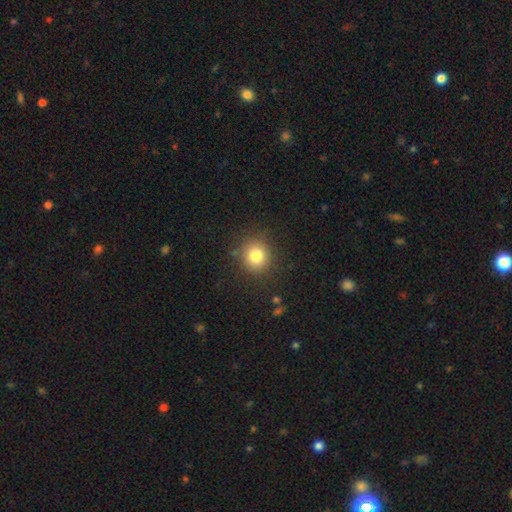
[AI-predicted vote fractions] smooth_or_featured: smooth (p=0.81) [alt: star or artifact p=0.12]
how_rounded: round (p=0.85) [alt: in between p=0.14]
merging: none (p=0.86) [alt: minor disturbance p=0.09]